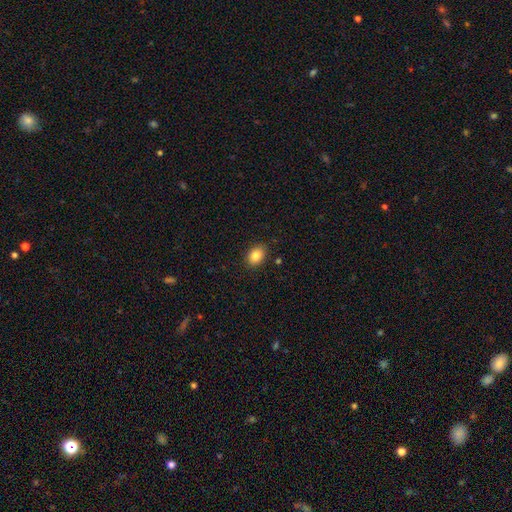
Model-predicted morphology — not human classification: Smooth or featured? smooth (84%)
How rounded? in between (73%)
Merging? none (87%)